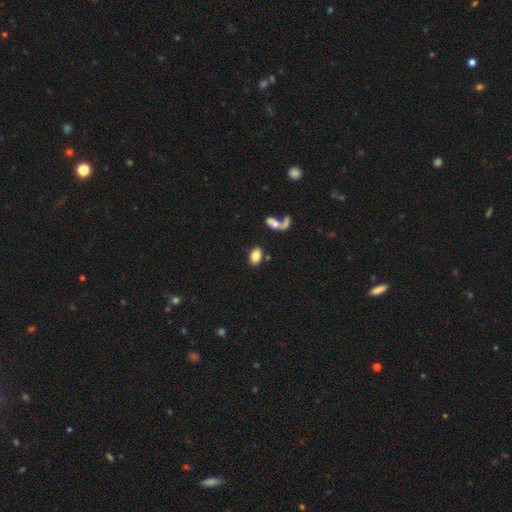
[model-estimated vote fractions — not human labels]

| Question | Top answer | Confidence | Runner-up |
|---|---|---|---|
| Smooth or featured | smooth | 81% | featured or disk (11%) |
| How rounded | in between | 90% | round (9%) |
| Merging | none | 78% | minor disturbance (9%) |